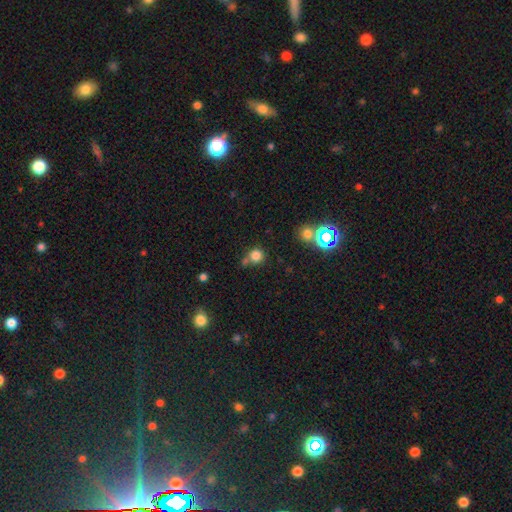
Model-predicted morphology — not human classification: A smooth galaxy with no disk features (77%) that is round (91%).

Vote fractions:
- Smooth or featured? smooth: 77% / star or artifact: 16% / featured or disk: 6%
- How rounded? round: 91% / in between: 8% / cigar-shaped: 1%
- Merging? none: 63% / merger: 21% / minor disturbance: 12% / major disturbance: 5%